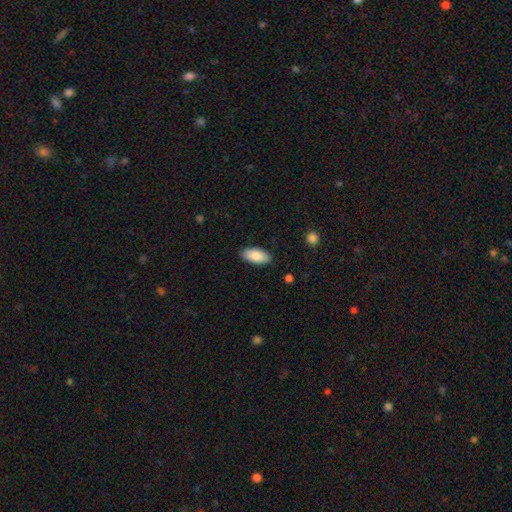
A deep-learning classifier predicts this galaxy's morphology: Smooth or featured? smooth (87%)
How rounded? in between (91%)
Merging? none (88%)